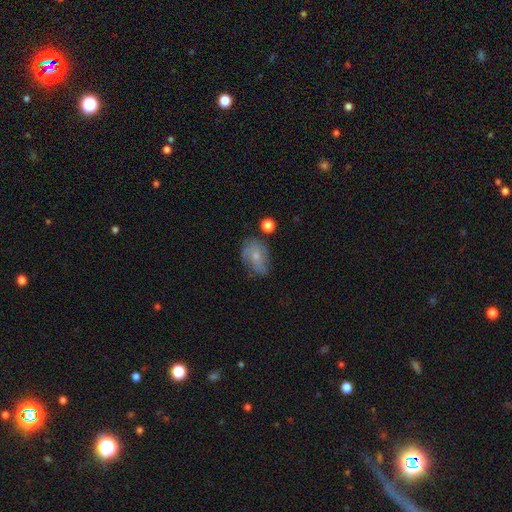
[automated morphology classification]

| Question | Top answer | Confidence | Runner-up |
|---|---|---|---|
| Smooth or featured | smooth | 54% | featured or disk (36%) |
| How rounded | in between | 76% | round (23%) |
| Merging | none | 53% | minor disturbance (30%) |